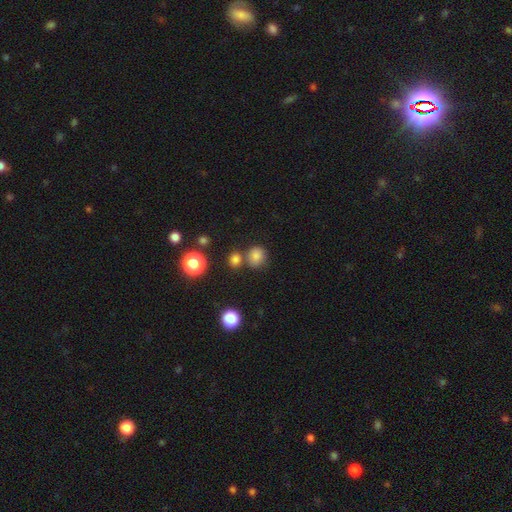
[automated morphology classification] The model was most divided on "merging": none: 64%, merger: 20%, minor disturbance: 11%, major disturbance: 4%. More confident: smooth or featured — smooth (80%); how rounded — round (76%).